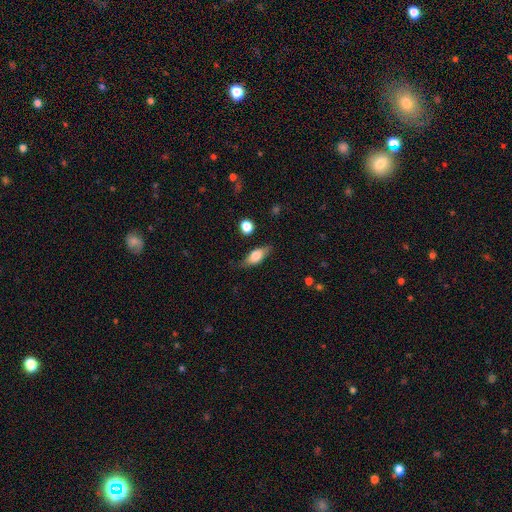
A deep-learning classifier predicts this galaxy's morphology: This is likely a smooth galaxy (67%). How rounded: likely in between (76%). Merging: likely none (73%).